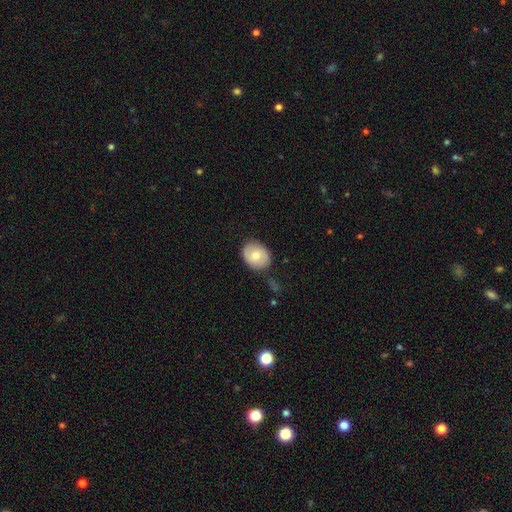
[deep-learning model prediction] Smooth or featured? smooth (72%)
How rounded? round (52%)
Merging? none (78%)